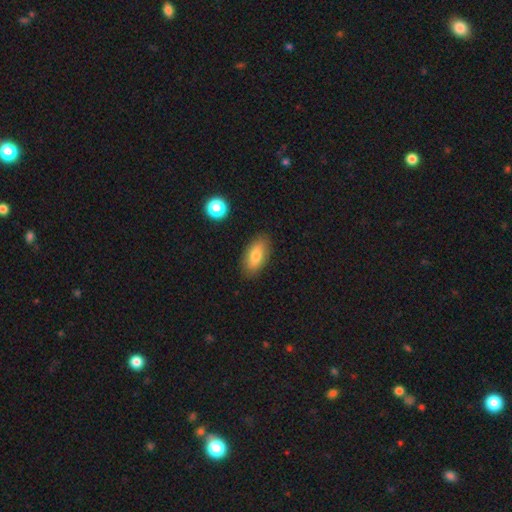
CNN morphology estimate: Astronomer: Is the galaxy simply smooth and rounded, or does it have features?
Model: smooth — 77%.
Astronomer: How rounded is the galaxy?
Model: in between — 91%.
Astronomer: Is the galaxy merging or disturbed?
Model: none — 84%.